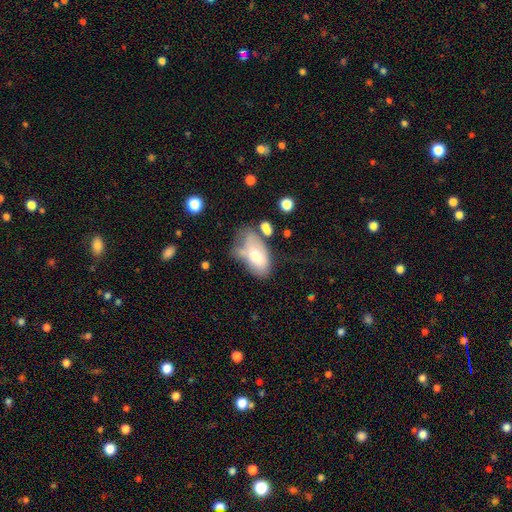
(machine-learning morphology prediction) The model was most divided on "merging": major disturbance: 29%, minor disturbance: 28%, none: 23%, merger: 20%. More confident: how rounded — in between (93%); smooth or featured — smooth (64%).